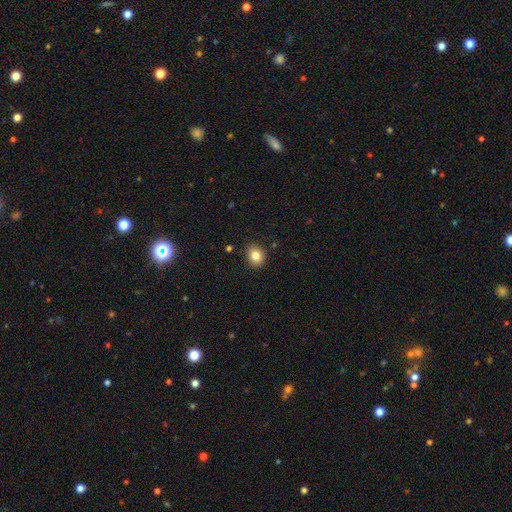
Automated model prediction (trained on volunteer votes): This appears to be a smooth galaxy with no disk features (83%) that is round (60%). Merging: none (89%).